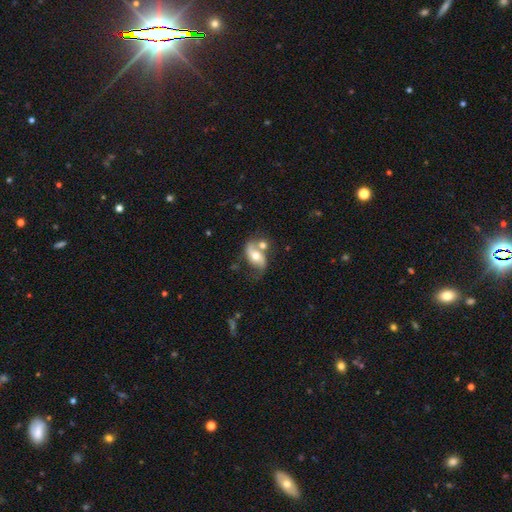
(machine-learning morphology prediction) Smooth or featured? featured or disk (59%)
Edge-on disk? no (92%)
Bar? no (59%)
Spiral arms? yes (77%)
Bulge size? moderate (71%)
Merging? none (44%)